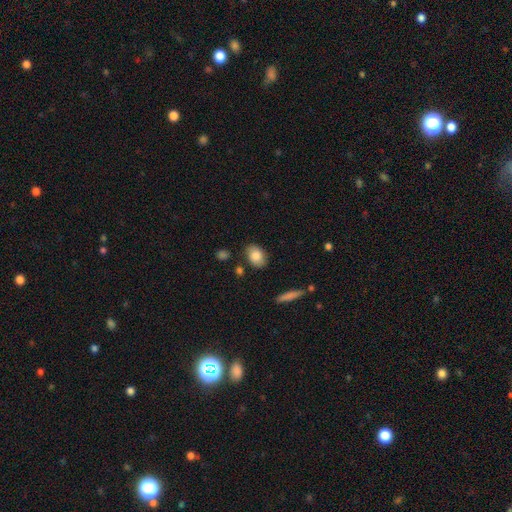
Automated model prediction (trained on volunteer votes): Smooth or featured: smooth — 84% (featured or disk — 9%)
How rounded: in between — 82% (round — 16%)
Merging: none — 81% (minor disturbance — 13%)